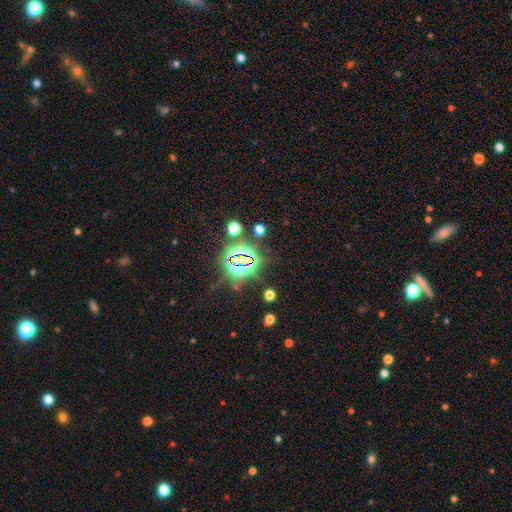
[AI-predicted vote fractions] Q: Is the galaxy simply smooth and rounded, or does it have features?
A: star or artifact — 83%.